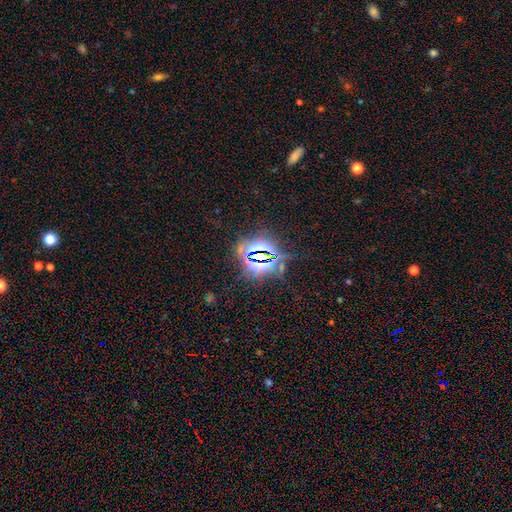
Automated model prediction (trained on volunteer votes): Smooth or featured? Predicted: star or artifact (p=0.79).